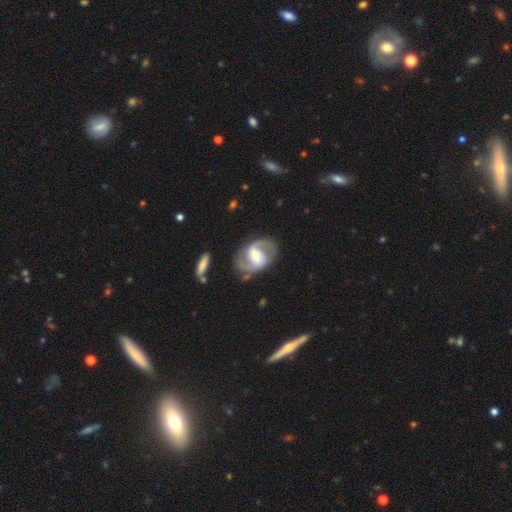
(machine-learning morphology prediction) smooth_or_featured: featured or disk (p=0.87) [alt: smooth p=0.08]
disk_edge_on: no (p=0.97) [alt: yes p=0.03]
bar: weak (p=0.45) [alt: strong p=0.34]
has_spiral_arms: yes (p=0.95) [alt: no p=0.05]
spiral_winding: medium (p=0.55) [alt: loose p=0.25]
spiral_arm_count: 2 (p=0.91) [alt: can't tell p=0.03]
bulge_size: moderate (p=0.59) [alt: small p=0.32]
merging: none (p=0.78) [alt: minor disturbance p=0.14]